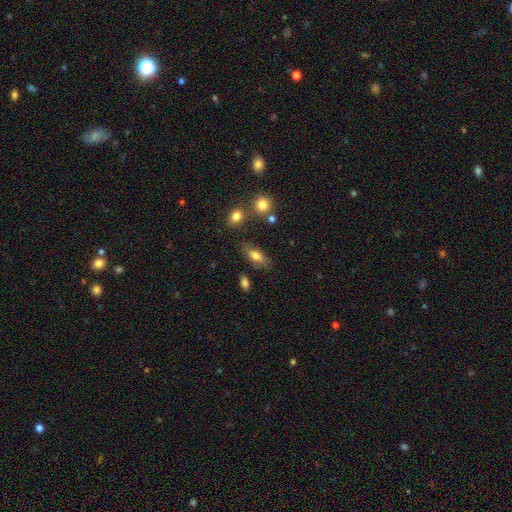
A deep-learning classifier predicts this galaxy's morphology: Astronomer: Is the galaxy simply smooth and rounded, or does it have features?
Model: smooth — 73%.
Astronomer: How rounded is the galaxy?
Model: in between — 78%.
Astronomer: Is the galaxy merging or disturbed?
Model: none — 73%.